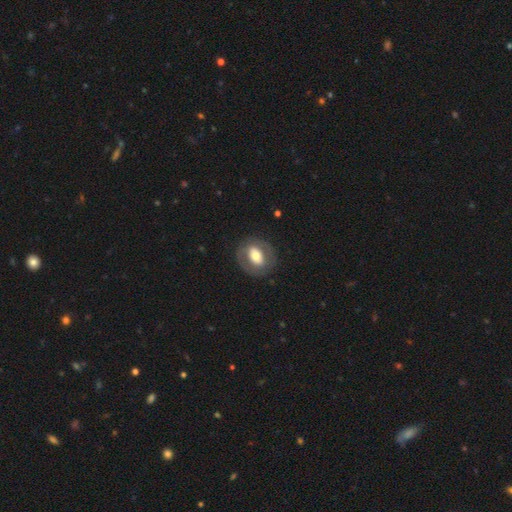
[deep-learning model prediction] Overall: smooth (49%; featured or disk 45%). Merging: none (80%).